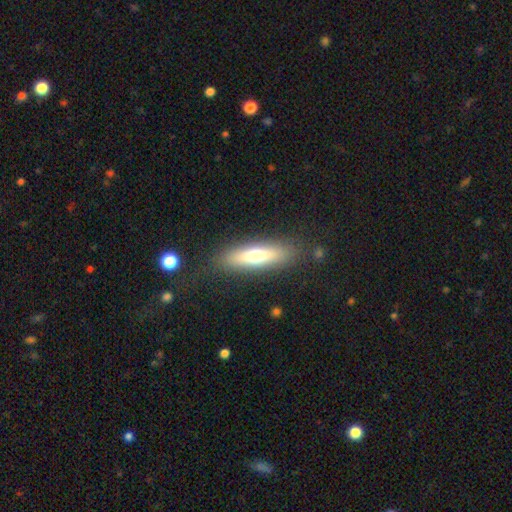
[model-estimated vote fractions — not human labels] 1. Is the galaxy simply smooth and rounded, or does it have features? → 61% smooth, 32% featured or disk, 7% star or artifact.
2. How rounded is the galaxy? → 63% cigar-shaped, 35% in between, 2% round.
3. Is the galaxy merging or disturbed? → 85% none, 10% minor disturbance, 4% major disturbance, 2% merger.